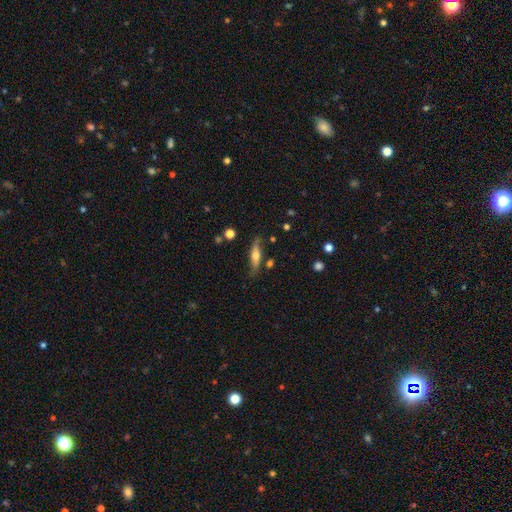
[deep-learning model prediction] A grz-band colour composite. It shows a featured or disk galaxy (48%). Merging: none (74%).